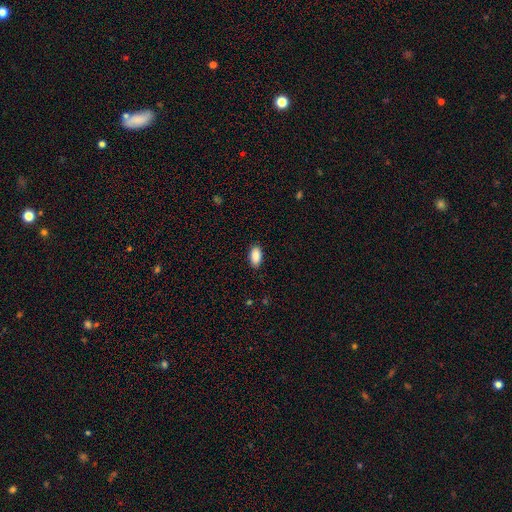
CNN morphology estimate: smooth_or_featured: smooth (p=0.90) [alt: star or artifact p=0.07]
how_rounded: in between (p=0.94) [alt: cigar-shaped p=0.03]
merging: none (p=0.86) [alt: minor disturbance p=0.11]